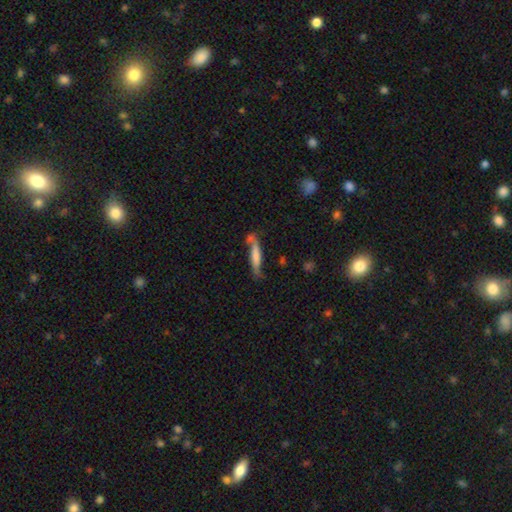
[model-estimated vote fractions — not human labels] Q: Smooth or featured?
A: smooth (61%); runner-up: featured or disk (32%)
Q: How rounded?
A: cigar-shaped (87%); runner-up: in between (12%)
Q: Merging?
A: none (54%); runner-up: minor disturbance (23%)